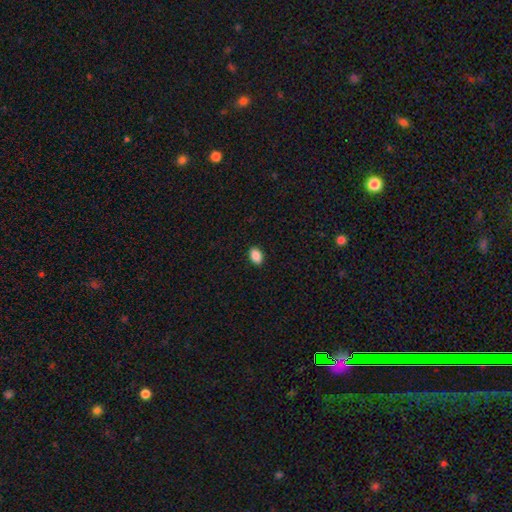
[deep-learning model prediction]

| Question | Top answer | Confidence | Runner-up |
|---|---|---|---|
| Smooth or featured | smooth | 89% | star or artifact (8%) |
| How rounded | in between | 83% | round (16%) |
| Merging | none | 90% | minor disturbance (7%) |